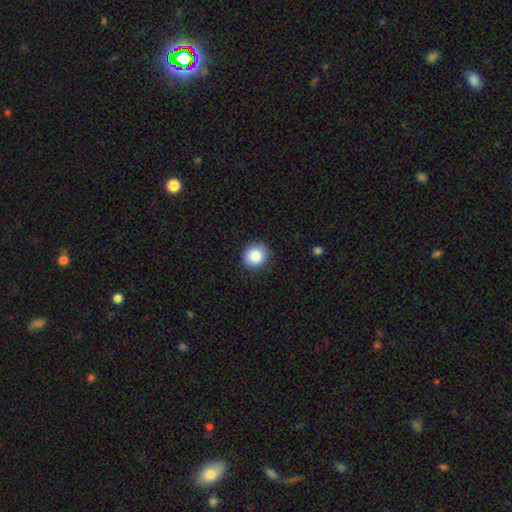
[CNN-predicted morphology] Smooth or featured? smooth (87%)
How rounded? round (88%)
Merging? none (89%)